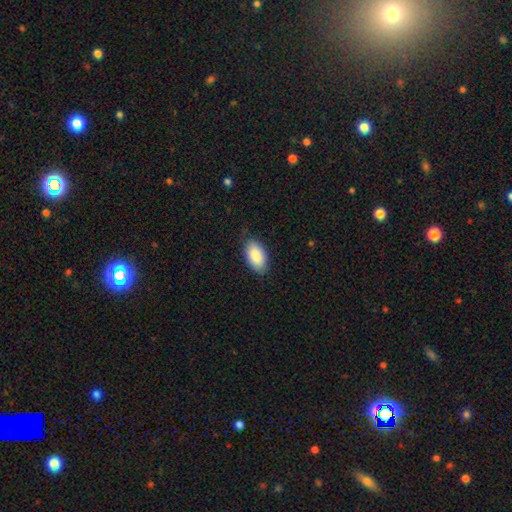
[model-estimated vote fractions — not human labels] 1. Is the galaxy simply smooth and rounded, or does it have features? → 87% smooth, 7% featured or disk, 6% star or artifact.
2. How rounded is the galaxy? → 95% in between, 3% round, 2% cigar-shaped.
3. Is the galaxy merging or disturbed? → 80% none, 16% minor disturbance, 3% major disturbance, 1% merger.